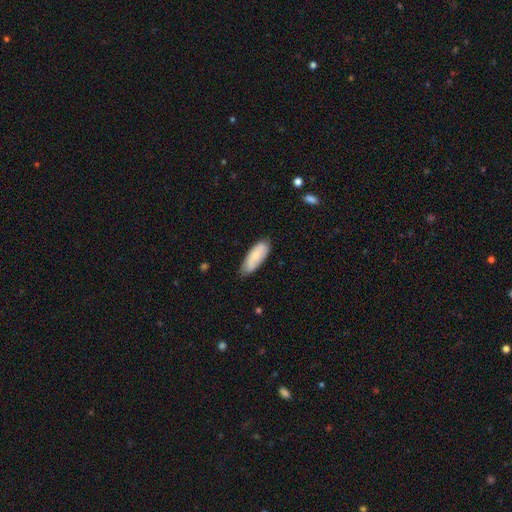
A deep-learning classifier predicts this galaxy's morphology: Q: Smooth or featured?
A: smooth (73%); runner-up: featured or disk (22%)
Q: How rounded?
A: in between (70%); runner-up: cigar-shaped (28%)
Q: Merging?
A: none (77%); runner-up: minor disturbance (19%)